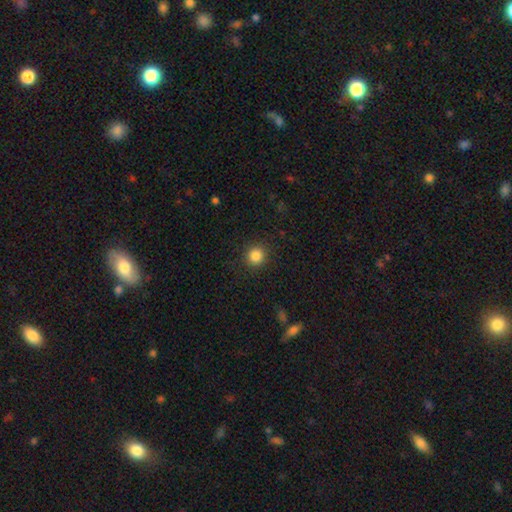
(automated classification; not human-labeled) Overall: smooth (86%). How rounded: round (91%). Merging: none (91%).